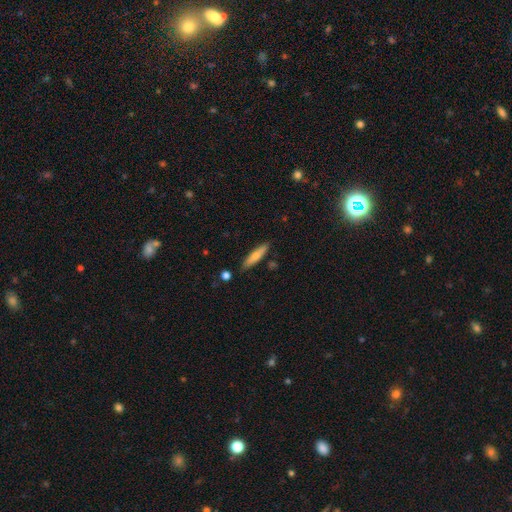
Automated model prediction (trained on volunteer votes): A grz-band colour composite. It shows a smooth galaxy with no disk features (63%) that is cigar-shaped (84%). Merging: none (85%).